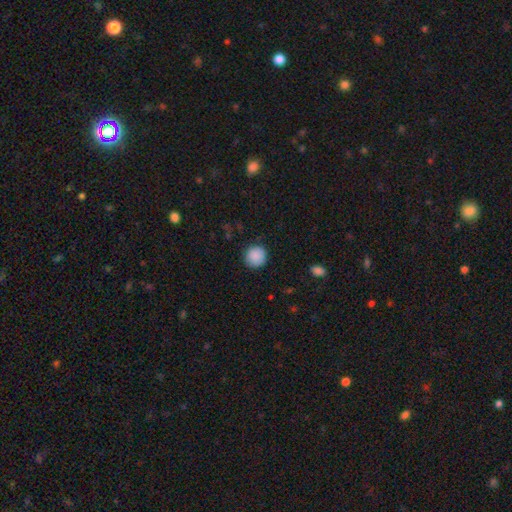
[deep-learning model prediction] This is clearly a smooth galaxy (89%). How rounded: clearly round (93%). Merging: clearly none (88%).